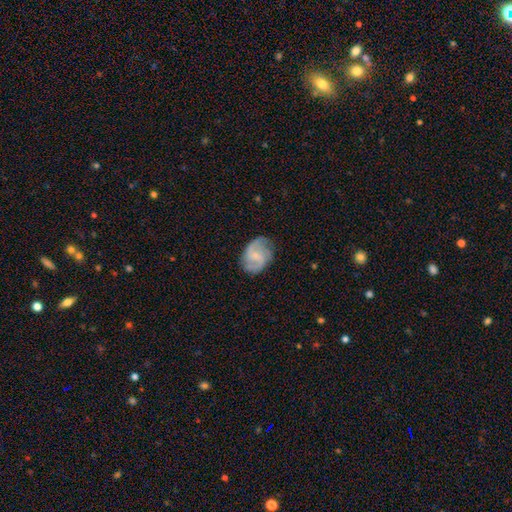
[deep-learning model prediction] Smooth or featured?
  - featured or disk: 68% *
  - smooth: 25%
  - star or artifact: 6%
Edge-on disk?
  - no: 98% *
  - yes: 2%
Bar?
  - weak: 51% *
  - no: 38%
  - strong: 11%
Spiral arms?
  - yes: 91% *
  - no: 9%
Spiral winding?
  - medium: 48% *
  - loose: 33%
  - tight: 19%
Spiral arm count?
  - 2: 74% *
  - can't tell: 11%
  - 3: 8%
  - 1: 3%
  - 4: 2%
  - more than 4: 2%
Bulge size?
  - small: 46% *
  - none: 28%
  - moderate: 23%
  - large: 2%
  - dominant: 1%
Merging?
  - none: 69% *
  - minor disturbance: 22%
  - major disturbance: 8%
  - merger: 1%